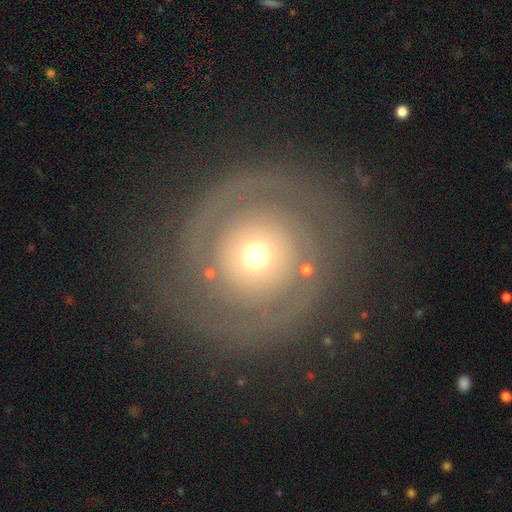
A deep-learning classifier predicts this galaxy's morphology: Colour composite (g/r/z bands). It shows a featured or disk galaxy (77%) with no bar (86%), 2 (61%) tight (71%) spiral arms (79%) and a moderate central bulge (55%). Merging: none (76%).